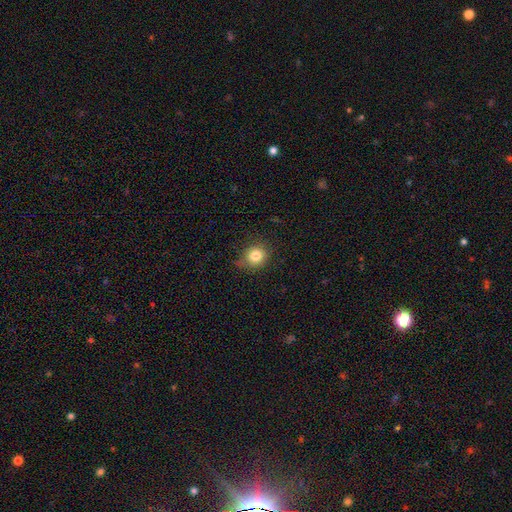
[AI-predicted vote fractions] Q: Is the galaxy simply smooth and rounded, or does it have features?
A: smooth — 83%.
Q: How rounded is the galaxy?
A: round — 83%.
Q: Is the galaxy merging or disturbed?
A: none — 72%.